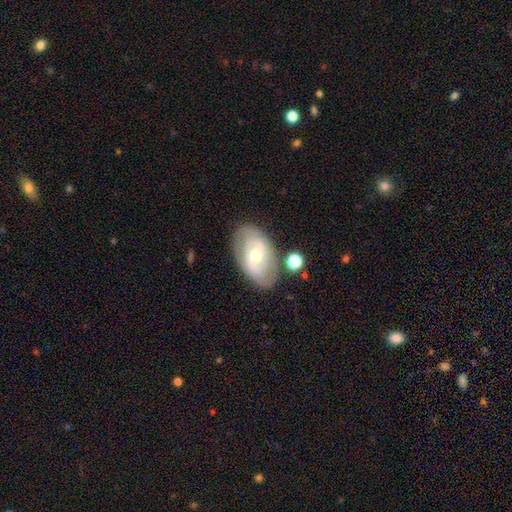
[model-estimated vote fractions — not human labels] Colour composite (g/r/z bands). It shows a featured or disk galaxy (64%) with no bar (51%), spiral arms (51%) and a moderate central bulge (62%). Merging: none (74%).